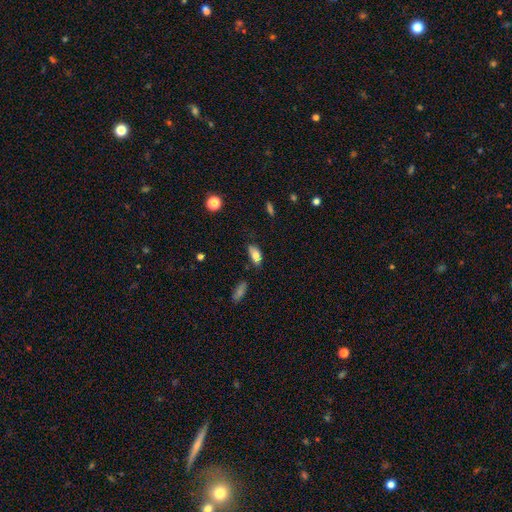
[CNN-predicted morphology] type=smooth (77%); roundness=in between (87%); merging=none (65%).